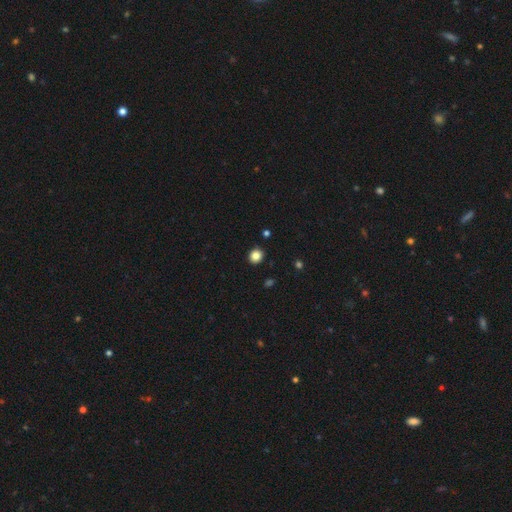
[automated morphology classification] Smooth or featured? smooth (84%)
How rounded? round (78%)
Merging? none (90%)